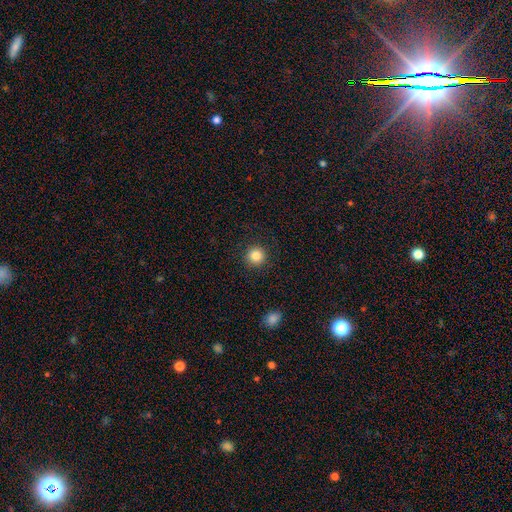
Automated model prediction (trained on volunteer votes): smooth-or-featured: smooth: 85% | star or artifact: 10% | featured or disk: 5%
  how-rounded: round: 95% | in between: 4% | cigar-shaped: 1%
  merging: none: 91% | minor disturbance: 6% | major disturbance: 2% | merger: 1%